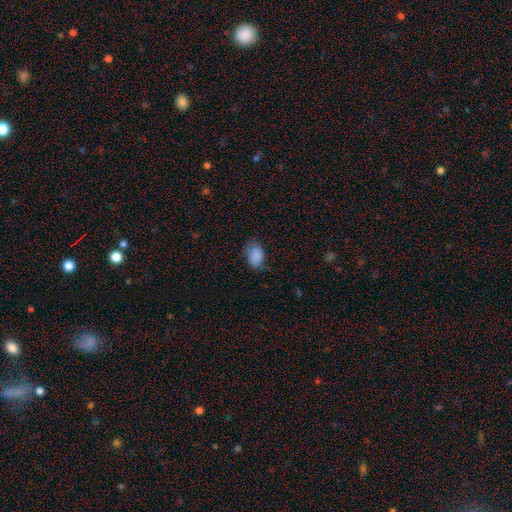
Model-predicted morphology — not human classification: smooth-or-featured: smooth: 86% | star or artifact: 8% | featured or disk: 6%
  how-rounded: in between: 80% | round: 19% | cigar-shaped: 1%
  merging: none: 65% | minor disturbance: 27% | major disturbance: 7% | merger: 1%